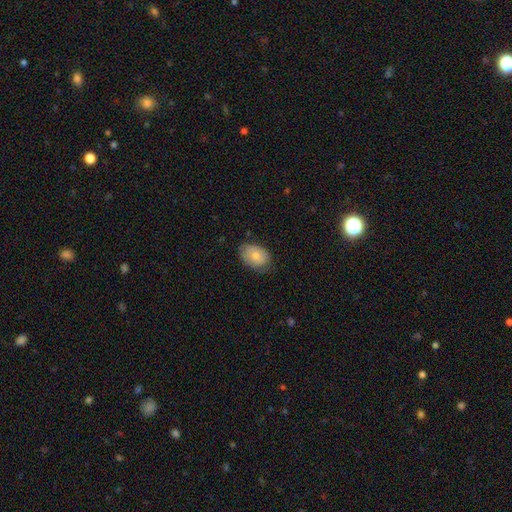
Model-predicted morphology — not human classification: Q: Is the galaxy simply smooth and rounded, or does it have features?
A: smooth — 73%.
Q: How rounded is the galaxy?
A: in between — 81%.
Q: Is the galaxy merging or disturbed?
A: none — 70%.